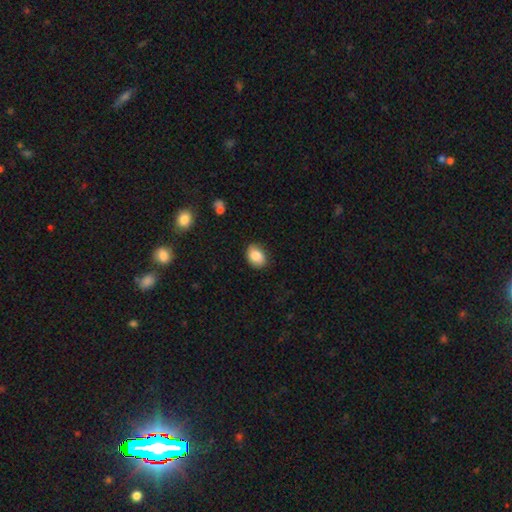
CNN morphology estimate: This appears to be a smooth galaxy with no disk features (85%) that is in between round and cigar-shaped (71%). Merging: none (83%).